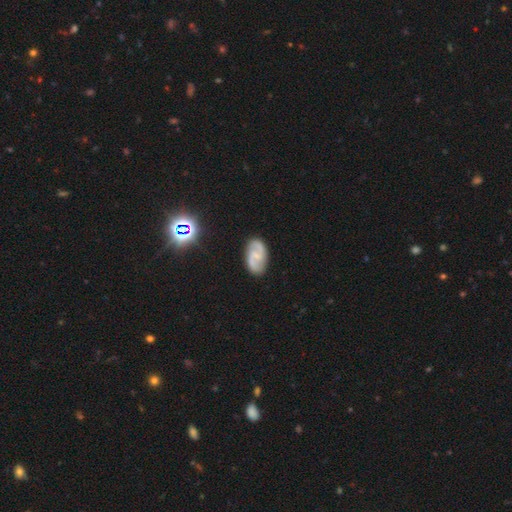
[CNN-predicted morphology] type=featured or disk (73%); edge-on=no (97%); bar=weak (50%); spiral arms=yes (94%); winding=medium (47%); arm count=2 (85%); bulge=small (44%); merging=none (81%).